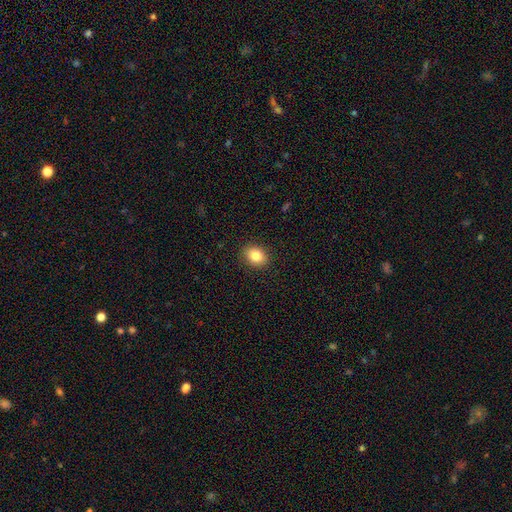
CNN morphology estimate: A smooth galaxy with no disk features (84%) that is in between round and cigar-shaped (53%).

Vote fractions:
- Smooth or featured? smooth: 84% / star or artifact: 9% / featured or disk: 6%
- How rounded? in between: 53% / round: 46% / cigar-shaped: 1%
- Merging? none: 90% / minor disturbance: 7% / major disturbance: 2% / merger: 1%